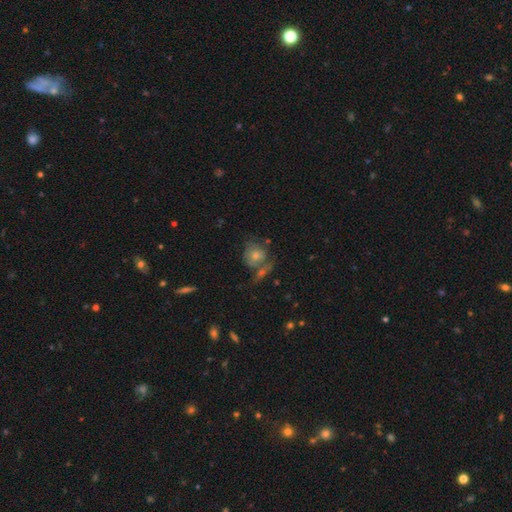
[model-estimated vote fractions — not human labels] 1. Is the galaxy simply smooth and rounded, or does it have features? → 43% smooth, 40% featured or disk, 17% star or artifact.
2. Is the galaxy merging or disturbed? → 50% none, 23% merger, 16% minor disturbance, 11% major disturbance.